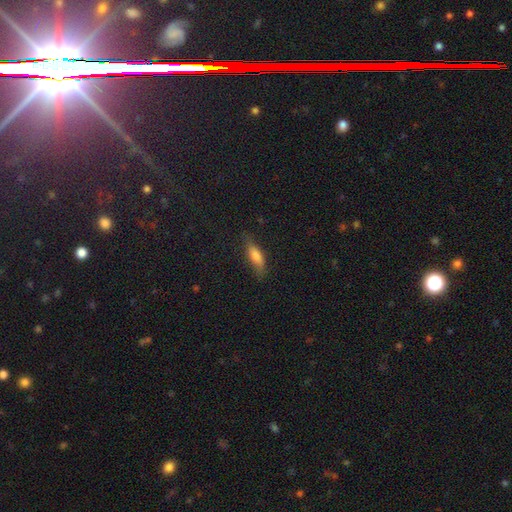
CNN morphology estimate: Q: Smooth or featured?
A: smooth (74%); runner-up: featured or disk (18%)
Q: How rounded?
A: in between (55%); runner-up: cigar-shaped (43%)
Q: Merging?
A: none (69%); runner-up: minor disturbance (23%)